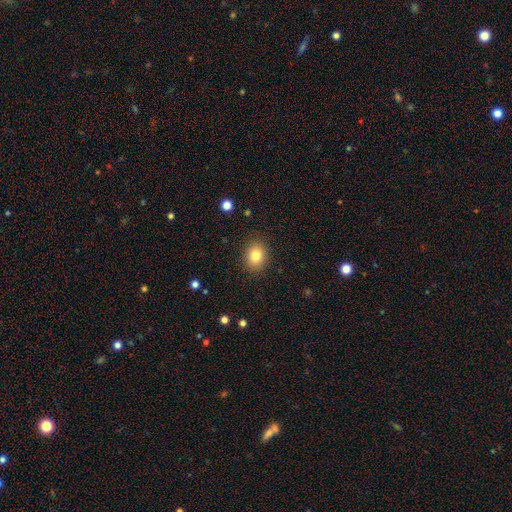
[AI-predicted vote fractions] Smooth or featured? smooth (82%)
How rounded? round (52%)
Merging? none (88%)